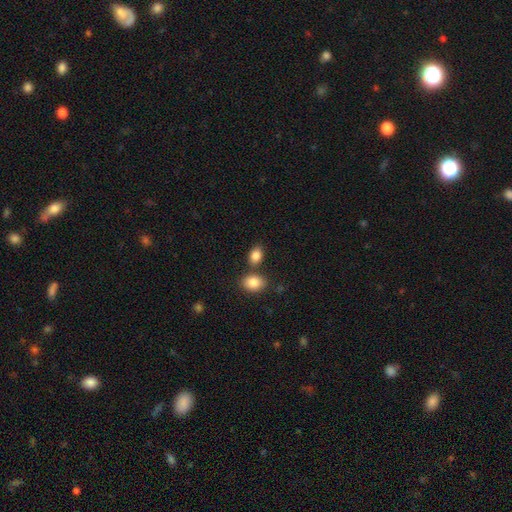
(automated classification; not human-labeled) This appears to be a smooth galaxy with no disk features (86%) that is in between round and cigar-shaped (76%). Merging: none (65%).